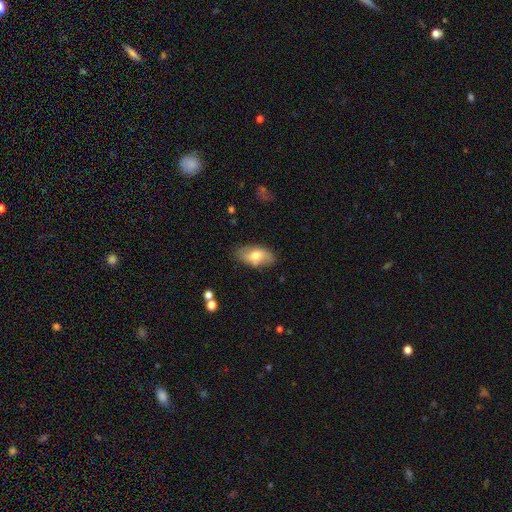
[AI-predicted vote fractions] Q: Smooth or featured?
A: smooth (62%); runner-up: featured or disk (31%)
Q: How rounded?
A: in between (92%); runner-up: cigar-shaped (5%)
Q: Merging?
A: none (77%); runner-up: minor disturbance (17%)